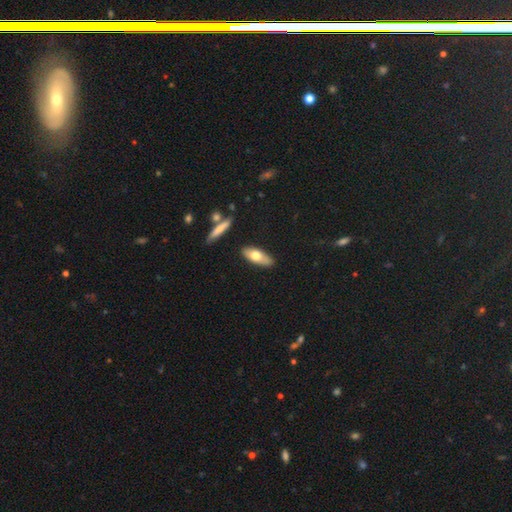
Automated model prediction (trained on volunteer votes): smooth_or_featured: smooth (p=0.64) [alt: featured or disk p=0.30]
how_rounded: in between (p=0.68) [alt: cigar-shaped p=0.30]
merging: none (p=0.84) [alt: minor disturbance p=0.11]